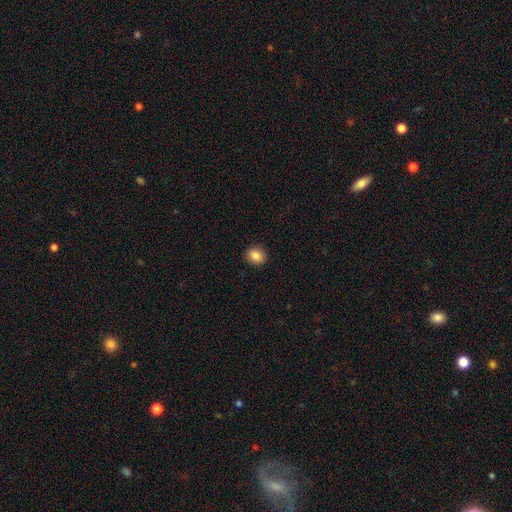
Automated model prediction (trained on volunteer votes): A smooth galaxy with no disk features (86%) that is round (69%).

Vote fractions:
- Smooth or featured? smooth: 86% / star or artifact: 9% / featured or disk: 5%
- How rounded? round: 69% / in between: 30% / cigar-shaped: 1%
- Merging? none: 91% / minor disturbance: 6% / major disturbance: 2% / merger: 1%